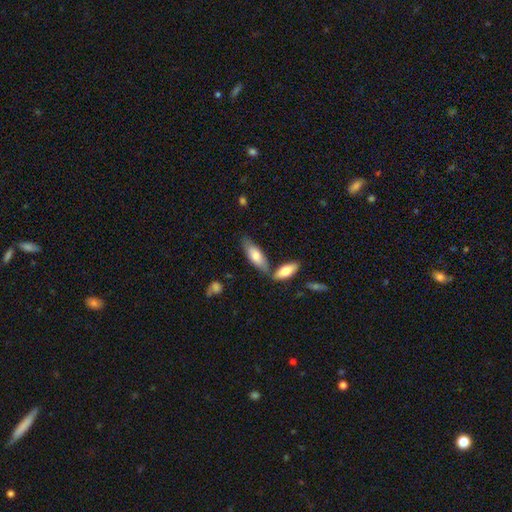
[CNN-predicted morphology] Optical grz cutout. It shows a smooth galaxy with no disk features (75%) that is in between round and cigar-shaped (66%). Merging: none (62%).